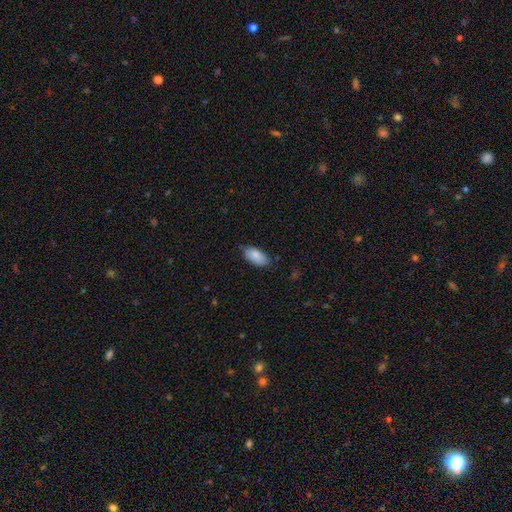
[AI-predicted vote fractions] Smooth or featured: smooth — 86% (featured or disk — 7%)
How rounded: in between — 94% (cigar-shaped — 4%)
Merging: none — 77% (minor disturbance — 19%)